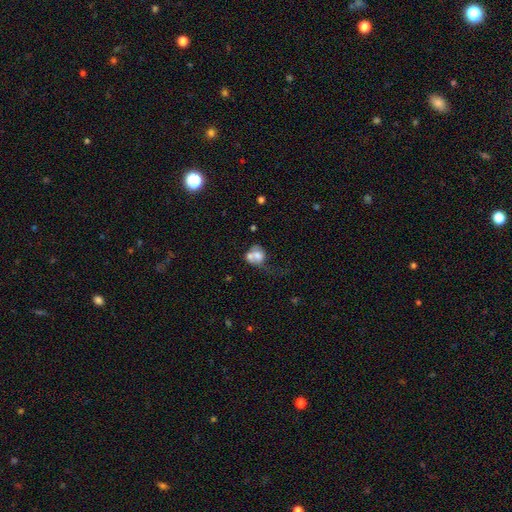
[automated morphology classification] smooth_or_featured: smooth (p=0.60) [alt: featured or disk p=0.30]
how_rounded: round (p=0.58) [alt: in between p=0.40]
merging: merger (p=0.52) [alt: major disturbance p=0.19]